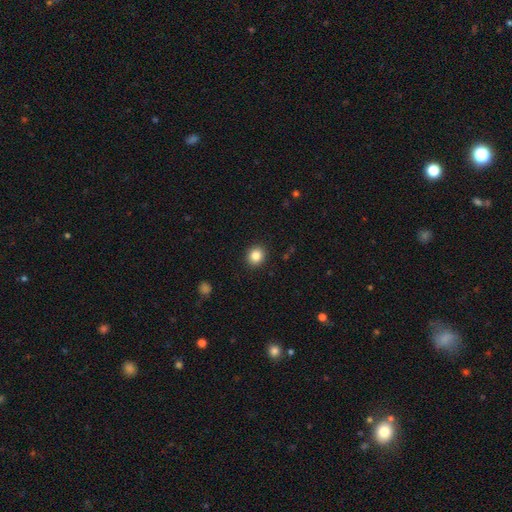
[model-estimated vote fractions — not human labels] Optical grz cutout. It shows a smooth galaxy with no disk features (85%) that is round (86%). Merging: none (92%).